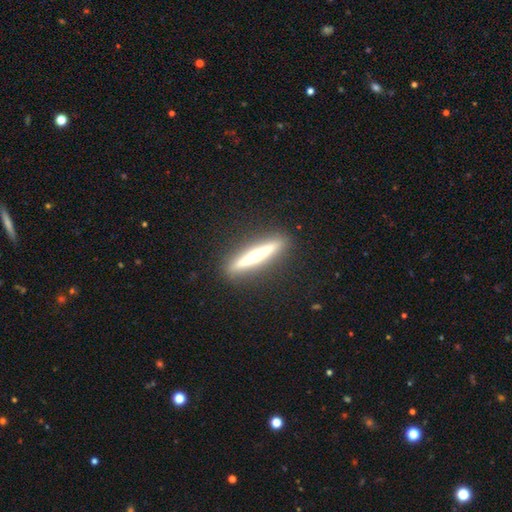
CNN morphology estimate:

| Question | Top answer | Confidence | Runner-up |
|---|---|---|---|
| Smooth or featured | featured or disk | 53% | smooth (41%) |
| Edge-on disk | yes | 95% | no (5%) |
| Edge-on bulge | rounded | 73% | none (21%) |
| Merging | none | 90% | minor disturbance (7%) |